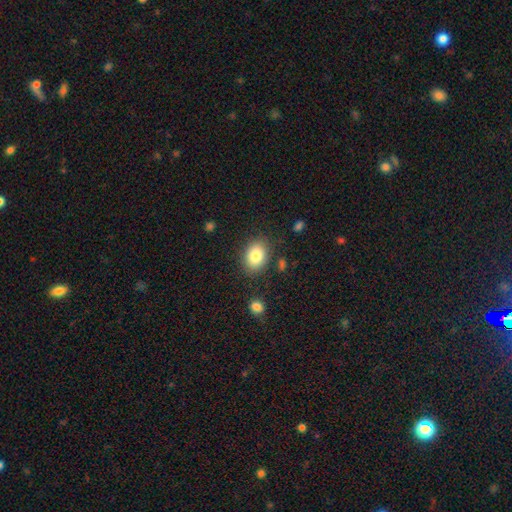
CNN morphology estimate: Q: Smooth or featured?
A: smooth (84%); runner-up: star or artifact (8%)
Q: How rounded?
A: in between (67%); runner-up: round (32%)
Q: Merging?
A: none (83%); runner-up: minor disturbance (11%)